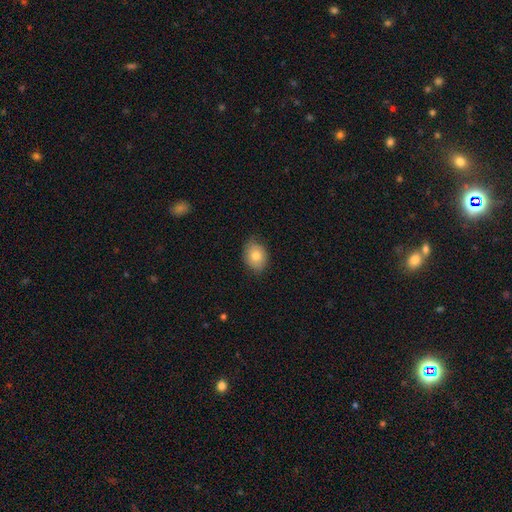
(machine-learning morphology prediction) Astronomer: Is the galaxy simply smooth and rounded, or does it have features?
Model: smooth — 77%.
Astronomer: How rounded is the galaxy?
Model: in between — 64%.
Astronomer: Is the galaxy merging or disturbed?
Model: none — 73%.